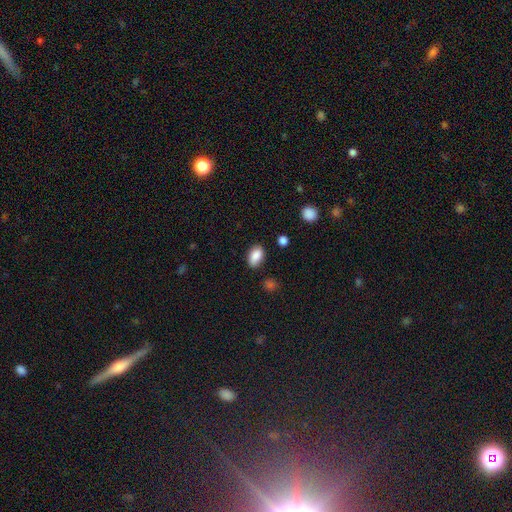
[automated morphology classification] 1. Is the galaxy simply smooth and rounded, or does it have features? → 87% smooth, 8% star or artifact, 5% featured or disk.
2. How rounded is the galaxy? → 90% in between, 9% round, 2% cigar-shaped.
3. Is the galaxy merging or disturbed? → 79% none, 15% minor disturbance, 3% major disturbance, 3% merger.